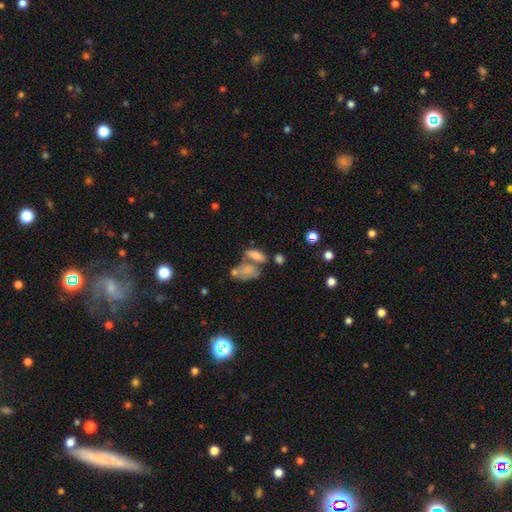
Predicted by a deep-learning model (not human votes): A smooth galaxy with no disk features (72%) that is in between round and cigar-shaped (77%).

Vote fractions:
- Smooth or featured? smooth: 72% / featured or disk: 18% / star or artifact: 10%
- How rounded? in between: 77% / cigar-shaped: 17% / round: 6%
- Merging? merger: 40% / none: 39% / minor disturbance: 14% / major disturbance: 8%